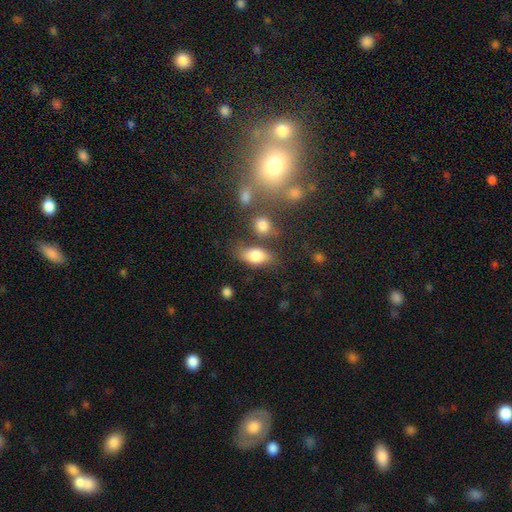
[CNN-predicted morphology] A smooth galaxy with no disk features (78%) that is in between round and cigar-shaped (87%).

Vote fractions:
- Smooth or featured? smooth: 78% / featured or disk: 13% / star or artifact: 8%
- How rounded? in between: 87% / round: 8% / cigar-shaped: 5%
- Merging? none: 66% / minor disturbance: 17% / merger: 11% / major disturbance: 6%